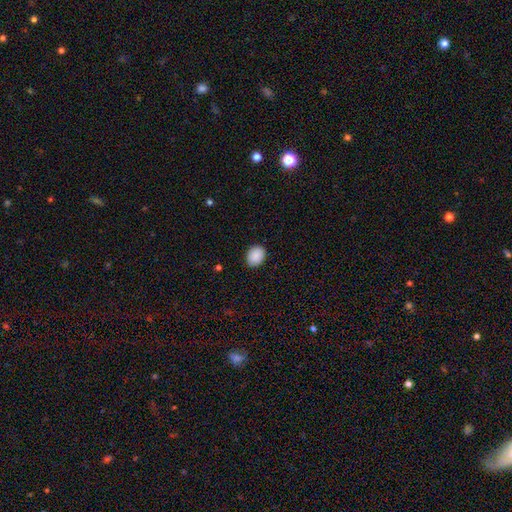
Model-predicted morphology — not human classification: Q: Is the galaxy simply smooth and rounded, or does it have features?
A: smooth — 90%.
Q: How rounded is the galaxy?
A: in between — 54%.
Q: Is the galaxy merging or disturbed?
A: none — 88%.